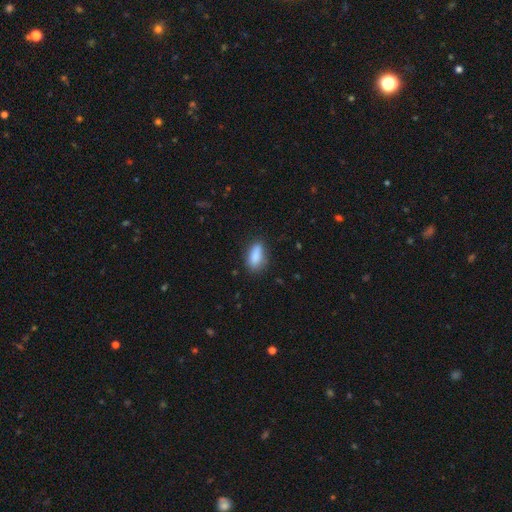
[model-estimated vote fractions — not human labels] smooth-or-featured: smooth: 87% | star or artifact: 7% | featured or disk: 6%
  how-rounded: in between: 80% | cigar-shaped: 17% | round: 3%
  merging: none: 79% | minor disturbance: 16% | major disturbance: 4% | merger: 2%